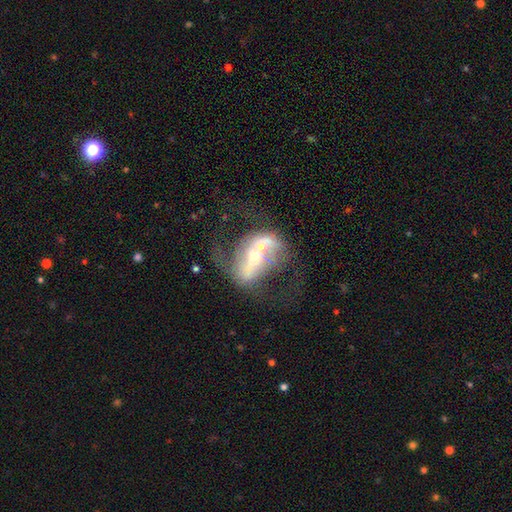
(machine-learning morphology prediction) Smooth or featured: featured or disk — 76% (smooth — 16%)
Edge-on disk: no — 95% (yes — 5%)
Bar: no — 47% (strong — 27%)
Spiral arms: yes — 72% (no — 28%)
Spiral winding: loose — 56% (medium — 34%)
Spiral arm count: 2 — 83% (can't tell — 10%)
Bulge size: moderate — 48% (small — 43%)
Merging: merger — 45% (none — 29%)